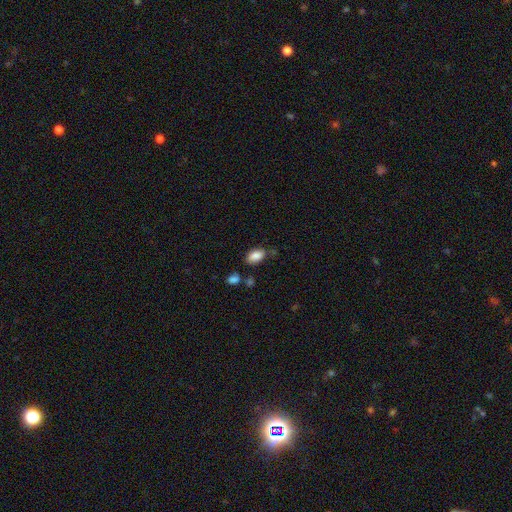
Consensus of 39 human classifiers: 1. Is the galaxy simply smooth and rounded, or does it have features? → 92% smooth, 8% star or artifact, 0% featured or disk.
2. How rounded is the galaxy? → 100% in between, 0% round, 0% cigar-shaped.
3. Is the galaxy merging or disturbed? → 81% none, 17% minor disturbance, 3% merger, 0% major disturbance.